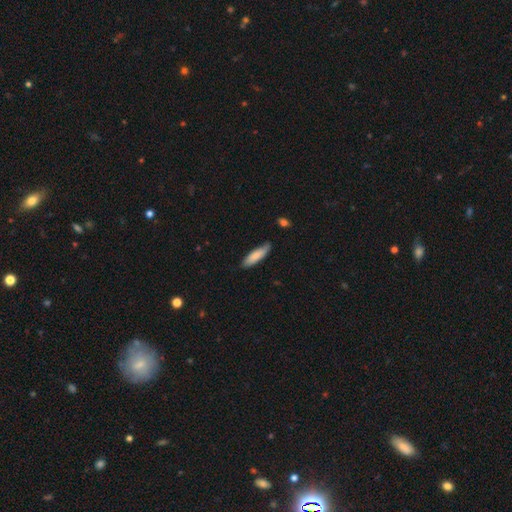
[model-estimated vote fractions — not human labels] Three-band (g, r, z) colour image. It shows a smooth galaxy with no disk features (79%) that is cigar-shaped (61%). Merging: none (74%).